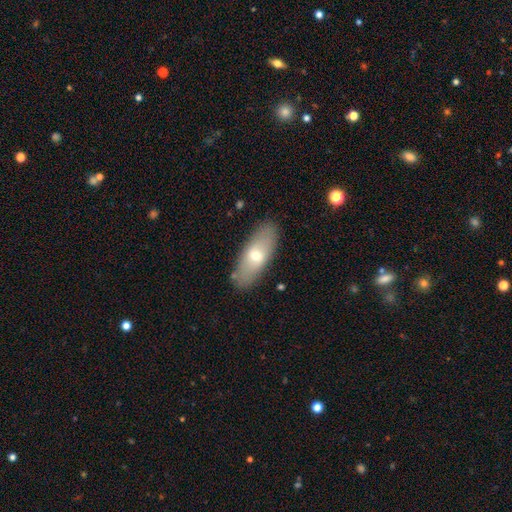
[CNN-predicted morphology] Overall: smooth (63%; featured or disk 30%). How rounded: in between (72%). Merging: none (86%).